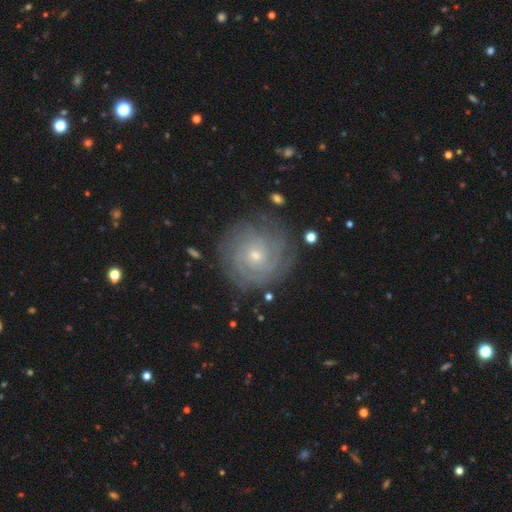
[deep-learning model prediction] This is clearly a featured or disk galaxy (82%). It is clearly not viewed edge-on (98%). Bar: likely no (75%). Spiral arm pattern: clearly yes (95%). Spiral arm count: marginally can't tell (38%). Spiral winding: clearly tight (82%). Central bulge: likely small (68%). Merging: clearly none (81%).